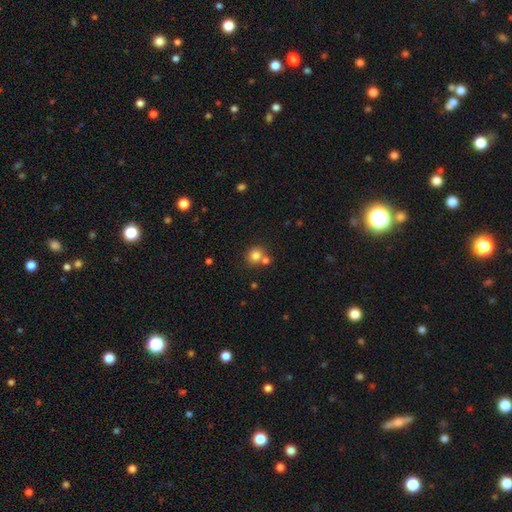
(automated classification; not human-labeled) This appears to be a smooth galaxy with no disk features (79%) that is round (87%). Merging: none (60%).